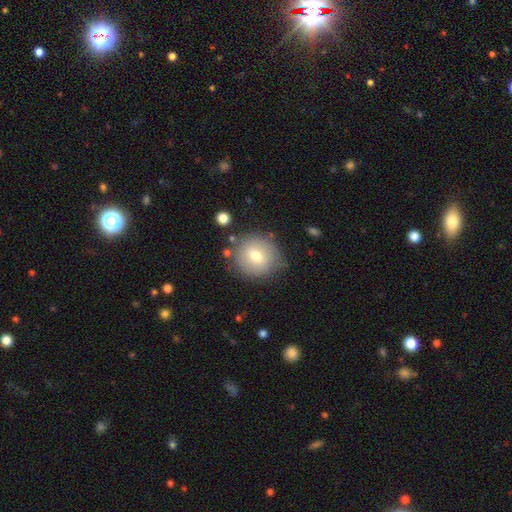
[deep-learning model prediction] Overall: smooth (70%). How rounded: round (90%). Merging: none (78%).